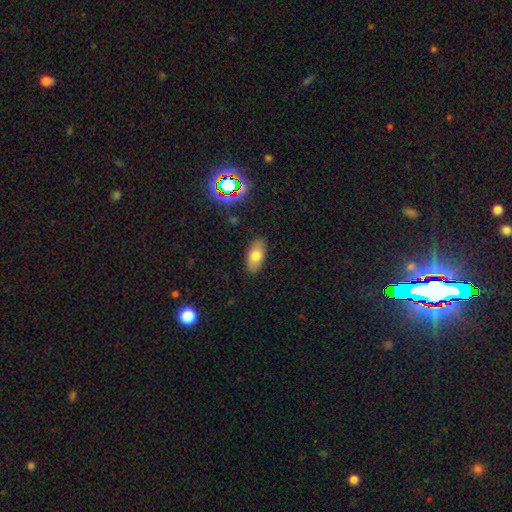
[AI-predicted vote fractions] Smooth or featured: smooth — 73% (featured or disk — 18%)
How rounded: in between — 90% (cigar-shaped — 5%)
Merging: none — 88% (minor disturbance — 9%)